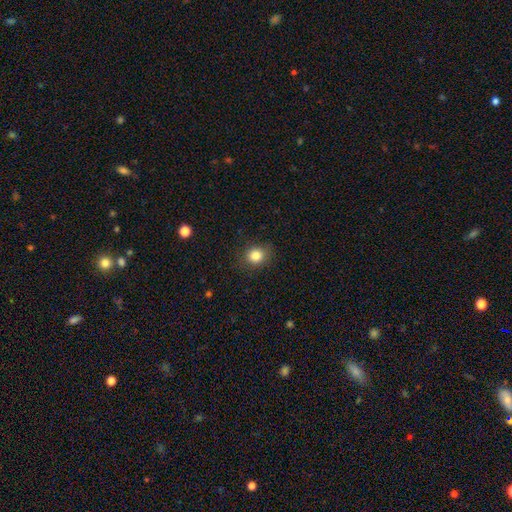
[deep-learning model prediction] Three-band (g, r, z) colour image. It shows a smooth galaxy with no disk features (84%) that is round (70%). Merging: none (85%).